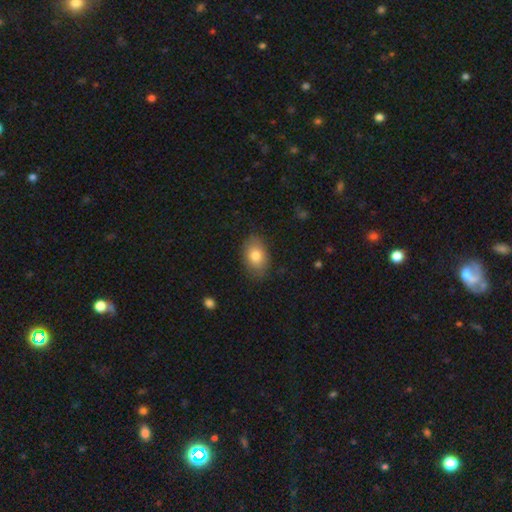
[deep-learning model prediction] Morphology: type=smooth (81%); roundness=in between (85%); merging=none (81%).